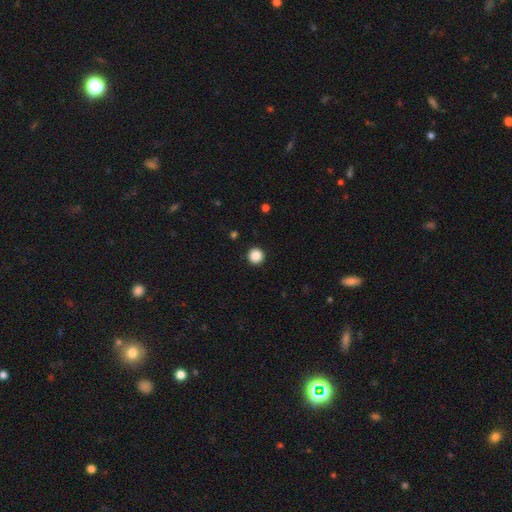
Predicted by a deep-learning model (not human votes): Smooth or featured: smooth — 88% (star or artifact — 10%)
How rounded: round — 96% (in between — 3%)
Merging: none — 93% (minor disturbance — 4%)